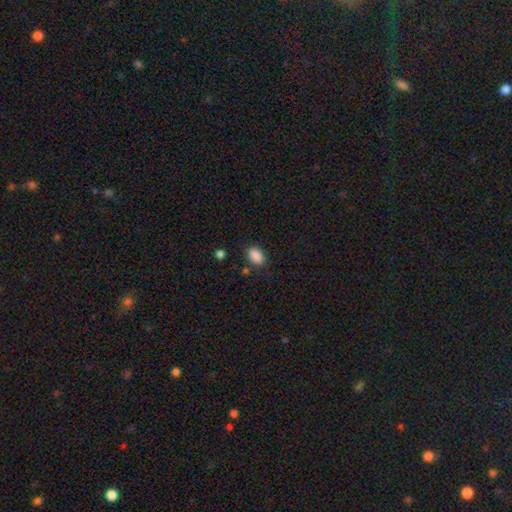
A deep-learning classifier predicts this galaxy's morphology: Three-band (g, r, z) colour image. It shows a smooth galaxy with no disk features (88%) that is in between round and cigar-shaped (84%). Merging: none (80%).